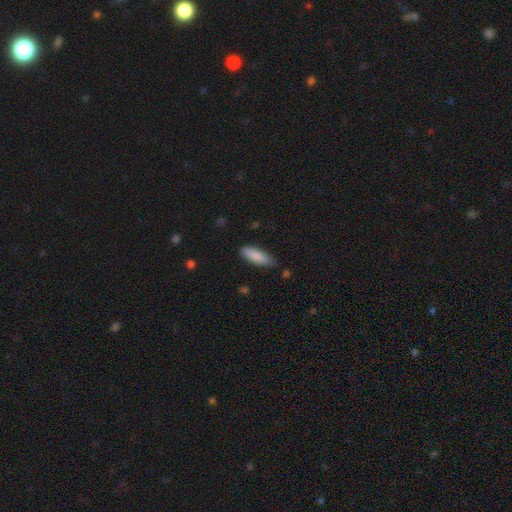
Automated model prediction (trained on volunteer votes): smooth_or_featured: smooth (p=0.87) [alt: featured or disk p=0.07]
how_rounded: in between (p=0.61) [alt: cigar-shaped p=0.37]
merging: none (p=0.71) [alt: minor disturbance p=0.23]